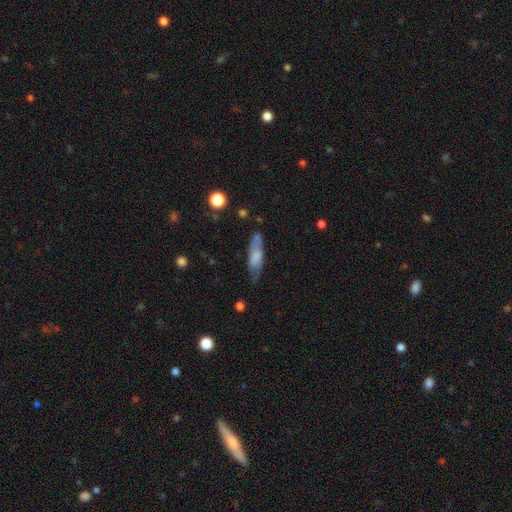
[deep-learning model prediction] Q: Smooth or featured?
A: smooth (58%); runner-up: featured or disk (35%)
Q: How rounded?
A: cigar-shaped (51%); runner-up: in between (46%)
Q: Merging?
A: none (66%); runner-up: minor disturbance (24%)